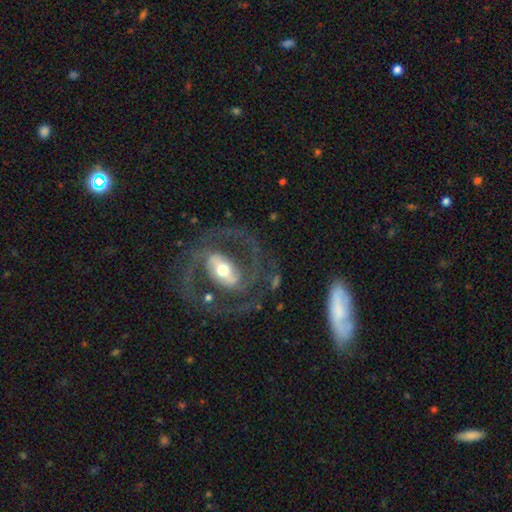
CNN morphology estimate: This is clearly a featured or disk galaxy (81%). It is clearly not viewed edge-on (91%). Bar: possibly strong (48%). Spiral arm pattern: likely yes (75%). Spiral arm count: likely 2 (80%). Spiral winding: marginally medium (43%, tied with tight). Central bulge: possibly moderate (58%). Merging: likely none (76%).